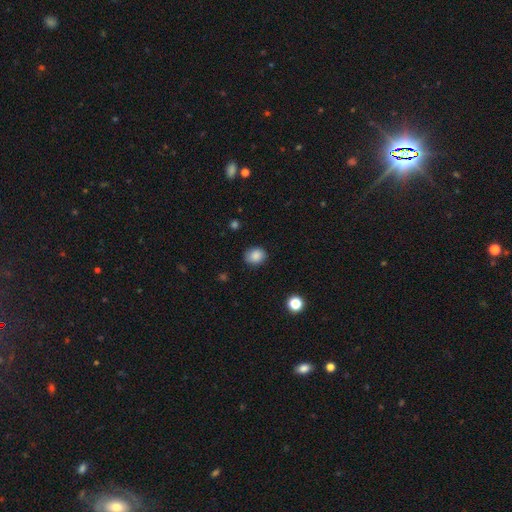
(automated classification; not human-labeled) This is clearly a smooth galaxy (87%). How rounded: possibly round (57%). Merging: clearly none (85%).